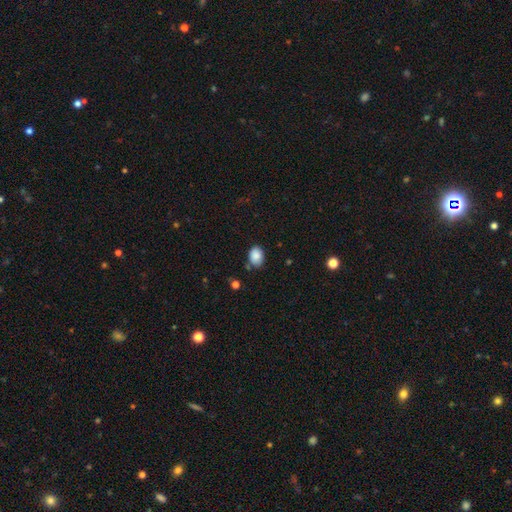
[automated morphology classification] smooth_or_featured: smooth (p=0.86) [alt: star or artifact p=0.08]
how_rounded: in between (p=0.74) [alt: round p=0.25]
merging: none (p=0.72) [alt: minor disturbance p=0.20]